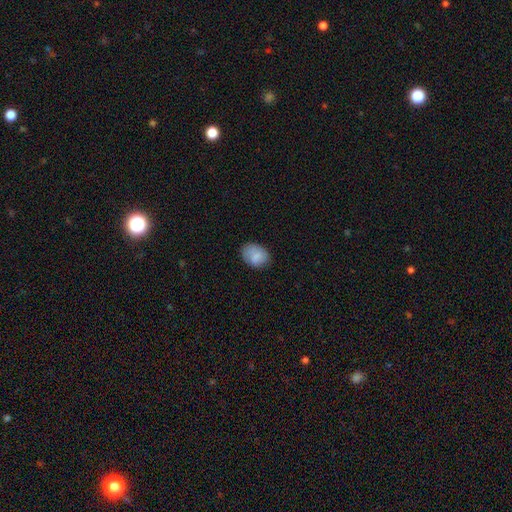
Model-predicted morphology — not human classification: Smooth or featured: smooth — 82% (featured or disk — 10%)
How rounded: in between — 70% (round — 29%)
Merging: none — 73% (minor disturbance — 21%)